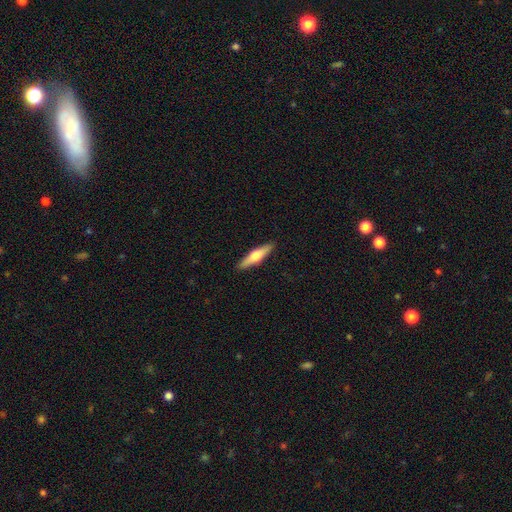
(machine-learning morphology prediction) Overall: featured or disk (49%; smooth 46%). Merging: none (91%).